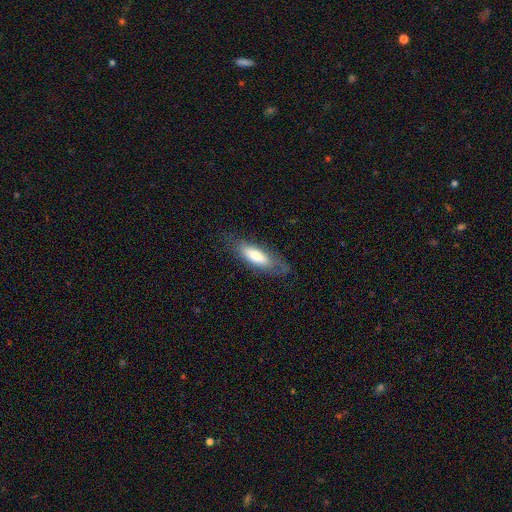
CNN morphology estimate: The model was most divided on "how rounded": in between: 53%, cigar-shaped: 46%, round: 2%. More confident: merging — none (72%); smooth or featured — smooth (68%).